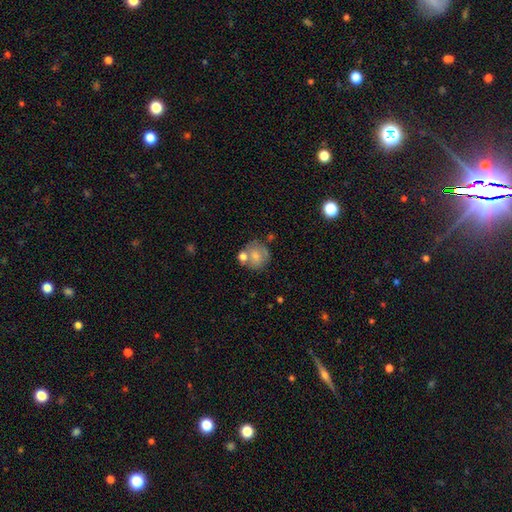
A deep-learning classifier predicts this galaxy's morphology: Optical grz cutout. It shows a smooth galaxy with no disk features (68%) that is round (86%). Merging: none (56%).